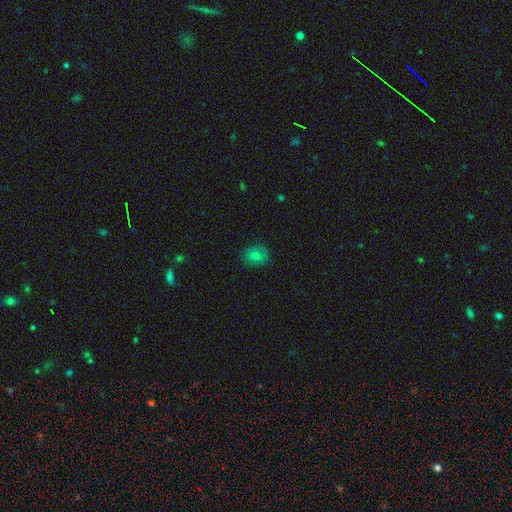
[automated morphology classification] smooth 73%, featured or disk 15%, star or artifact 13%. Down the decision tree: how rounded — round (68%); merging — none (83%).